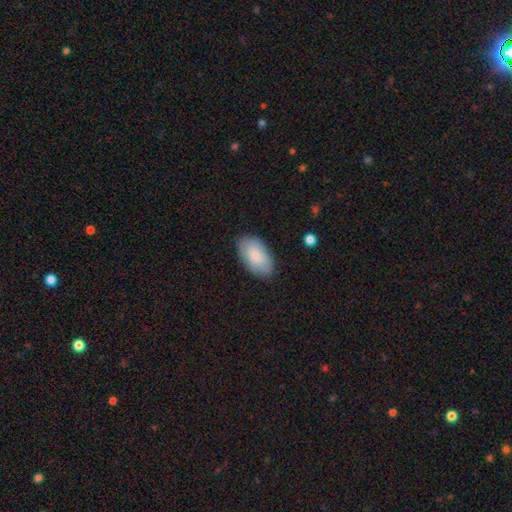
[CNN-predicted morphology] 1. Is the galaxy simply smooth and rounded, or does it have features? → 81% smooth, 13% featured or disk, 6% star or artifact.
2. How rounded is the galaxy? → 95% in between, 4% round, 2% cigar-shaped.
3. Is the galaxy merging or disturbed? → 80% none, 15% minor disturbance, 3% major disturbance, 1% merger.